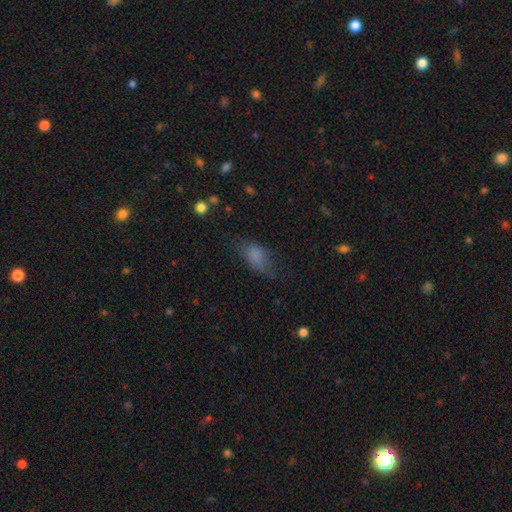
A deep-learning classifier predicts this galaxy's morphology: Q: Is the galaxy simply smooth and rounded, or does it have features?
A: smooth — 73%.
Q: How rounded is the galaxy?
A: in between — 84%.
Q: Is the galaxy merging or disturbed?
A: none — 46%.